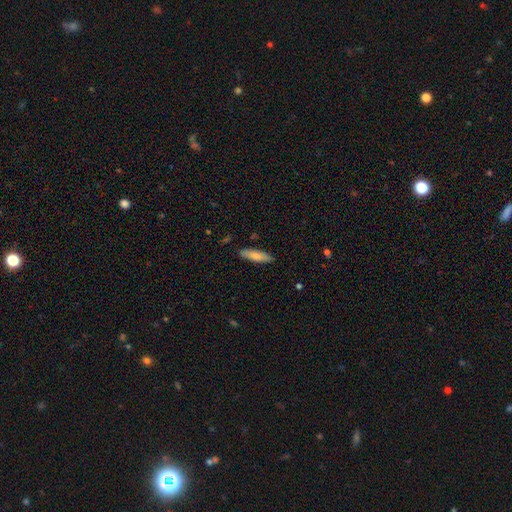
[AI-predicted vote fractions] The model was most divided on "how rounded": cigar-shaped: 68%, in between: 31%, round: 2%. More confident: merging — none (88%); smooth or featured — smooth (78%).